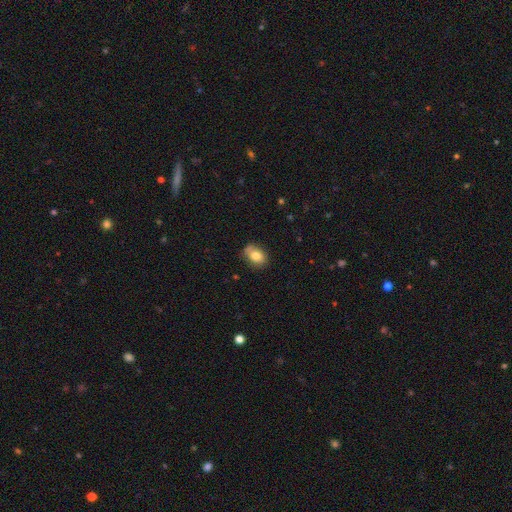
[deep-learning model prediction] smooth 79%, featured or disk 12%, star or artifact 9%. Down the decision tree: how rounded — in between (68%); merging — none (66%).